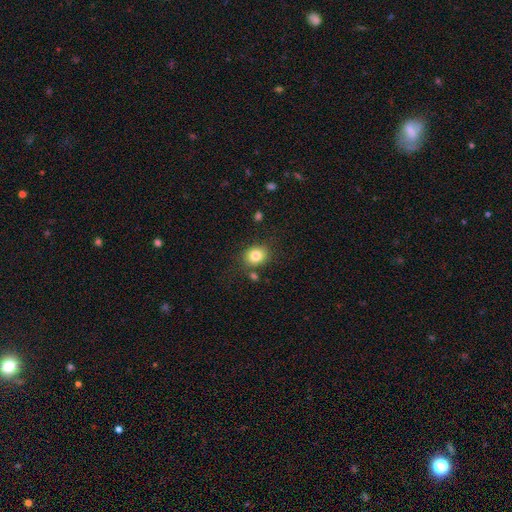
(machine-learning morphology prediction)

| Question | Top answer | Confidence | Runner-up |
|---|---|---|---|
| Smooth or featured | smooth | 82% | star or artifact (10%) |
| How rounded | round | 59% | in between (40%) |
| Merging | none | 79% | minor disturbance (11%) |